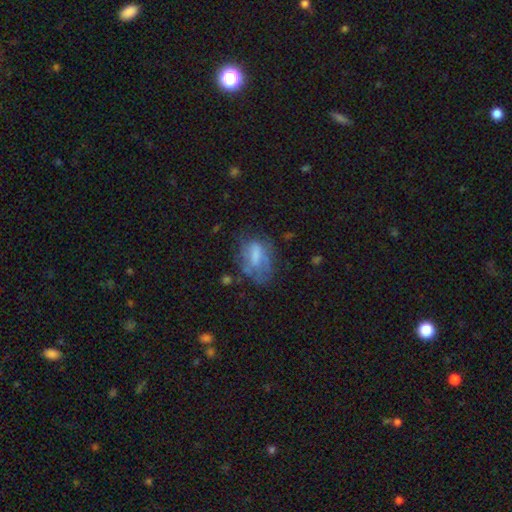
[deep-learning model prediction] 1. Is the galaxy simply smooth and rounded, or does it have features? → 50% smooth, 40% featured or disk, 10% star or artifact.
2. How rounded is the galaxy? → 82% in between, 13% round, 5% cigar-shaped.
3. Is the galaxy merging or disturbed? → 43% none, 28% minor disturbance, 24% major disturbance, 4% merger.